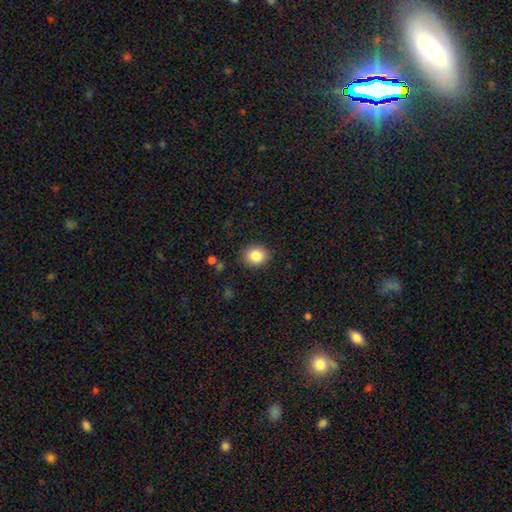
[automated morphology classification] This is clearly a smooth galaxy (85%). How rounded: likely round (74%). Merging: clearly none (89%).